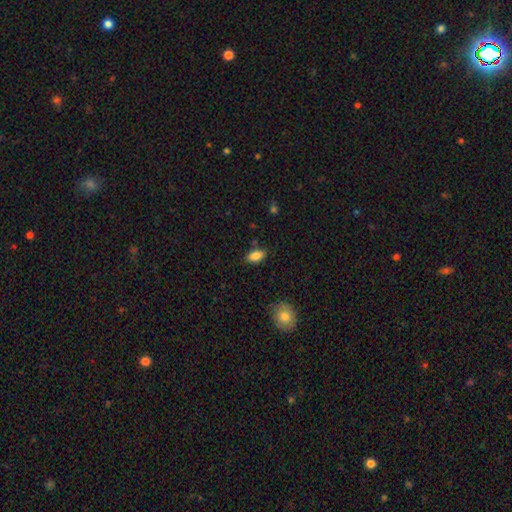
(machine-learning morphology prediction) Smooth or featured?
  - smooth: 85% *
  - star or artifact: 8%
  - featured or disk: 7%
How rounded?
  - in between: 91% *
  - cigar-shaped: 5%
  - round: 4%
Merging?
  - none: 84% *
  - minor disturbance: 11%
  - major disturbance: 3%
  - merger: 2%